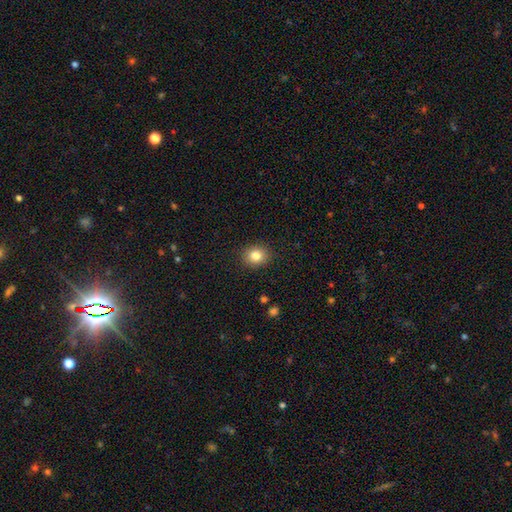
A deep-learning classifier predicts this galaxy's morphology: Smooth or featured? smooth (83%)
How rounded? round (70%)
Merging? none (89%)